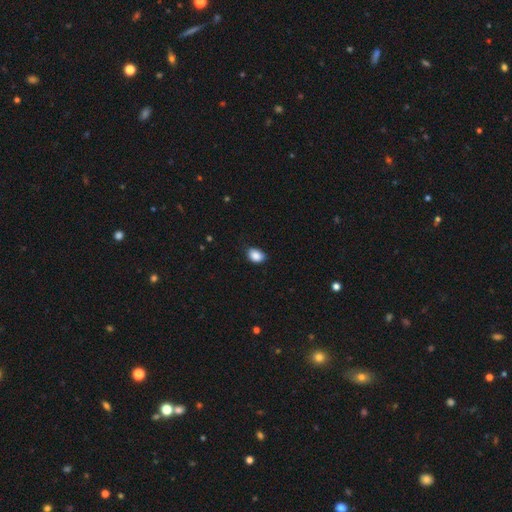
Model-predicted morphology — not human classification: smooth_or_featured: smooth (p=0.88) [alt: star or artifact p=0.08]
how_rounded: in between (p=0.77) [alt: round p=0.21]
merging: none (p=0.72) [alt: minor disturbance p=0.23]